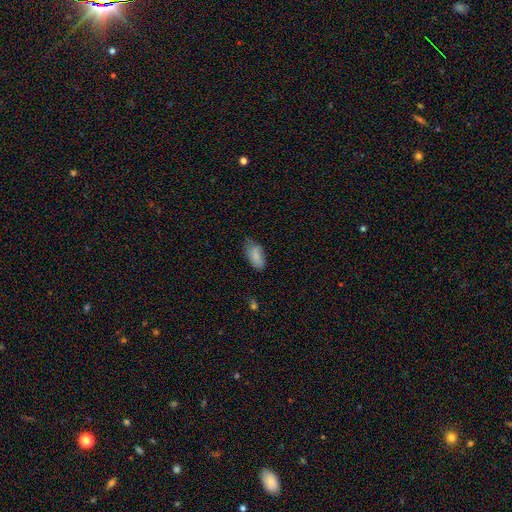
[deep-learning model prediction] Smooth or featured? smooth (83%)
How rounded? in between (92%)
Merging? none (58%)